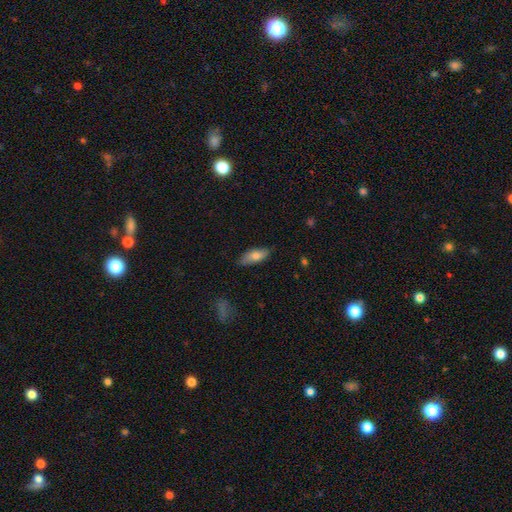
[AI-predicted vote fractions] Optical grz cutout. It shows a smooth galaxy with no disk features (73%) that is in between round and cigar-shaped (78%). Merging: none (79%).